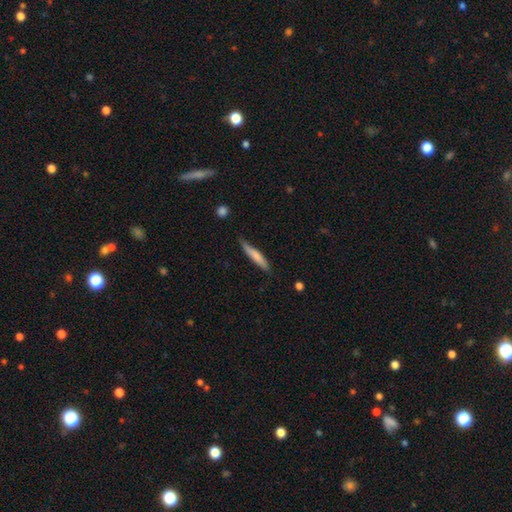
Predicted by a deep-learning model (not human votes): Smooth or featured: smooth — 71% (featured or disk — 23%)
How rounded: cigar-shaped — 90% (in between — 9%)
Merging: none — 70% (minor disturbance — 24%)